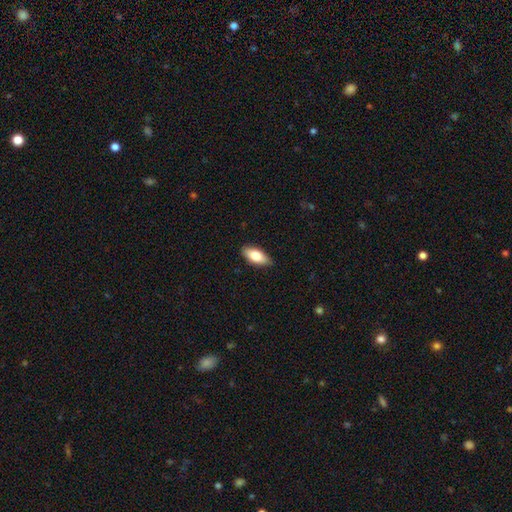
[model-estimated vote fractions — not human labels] Q: Smooth or featured?
A: smooth (76%); runner-up: featured or disk (18%)
Q: How rounded?
A: in between (86%); runner-up: cigar-shaped (11%)
Q: Merging?
A: none (86%); runner-up: minor disturbance (11%)